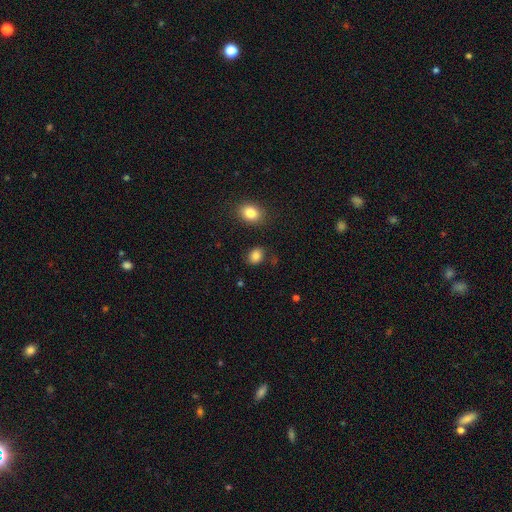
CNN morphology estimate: smooth-or-featured: smooth: 84% | star or artifact: 10% | featured or disk: 6%
  how-rounded: in between: 65% | round: 33% | cigar-shaped: 1%
  merging: none: 81% | minor disturbance: 12% | major disturbance: 3% | merger: 3%